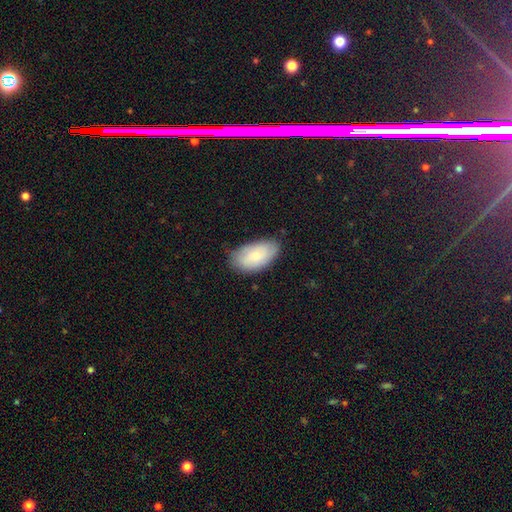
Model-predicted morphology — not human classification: type=smooth (73%); roundness=in between (95%); merging=none (72%).